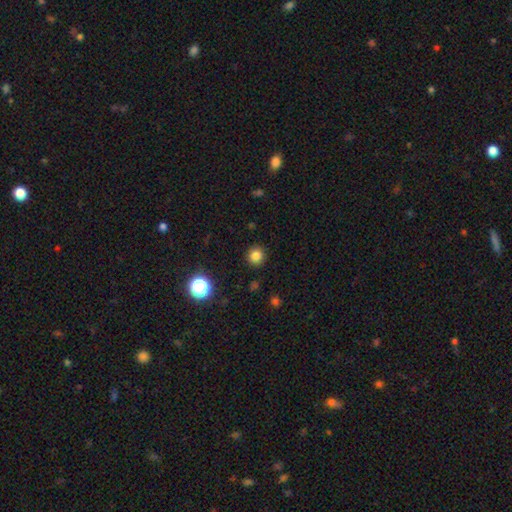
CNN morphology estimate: type=smooth (82%); roundness=round (92%); merging=none (91%).